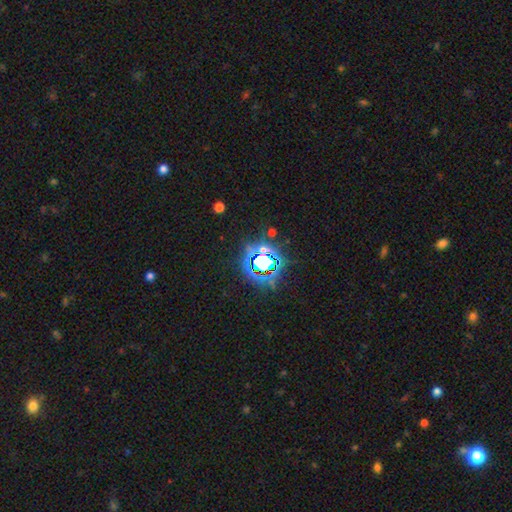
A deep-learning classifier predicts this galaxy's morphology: The model was most divided on "smooth or featured": star or artifact: 73%, smooth: 17%, featured or disk: 11%.